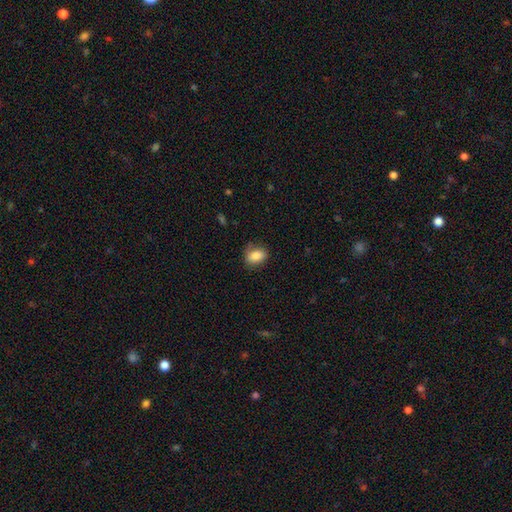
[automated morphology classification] Smooth or featured? smooth (84%)
How rounded? in between (75%)
Merging? none (67%)